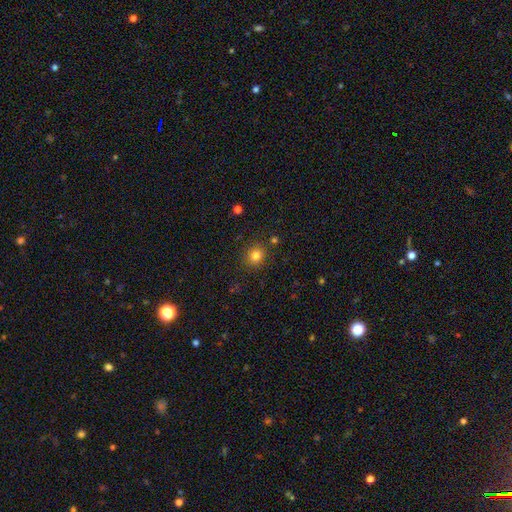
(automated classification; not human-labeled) A smooth galaxy with no disk features (81%) that is round (83%). Merging: none (87%).